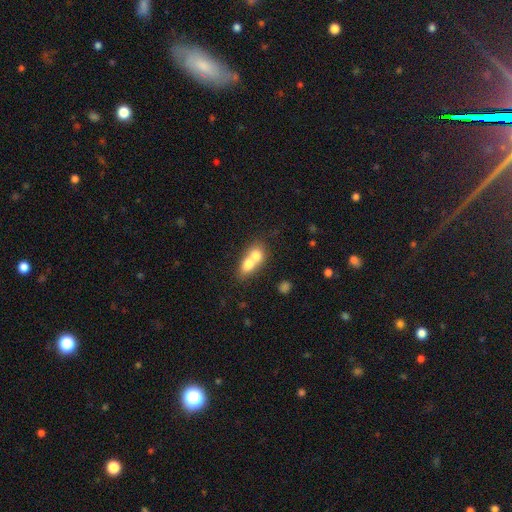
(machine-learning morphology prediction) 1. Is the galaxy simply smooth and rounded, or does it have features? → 68% smooth, 23% featured or disk, 8% star or artifact.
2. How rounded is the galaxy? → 58% in between, 38% round, 4% cigar-shaped.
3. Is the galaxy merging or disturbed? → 74% merger, 17% none, 5% minor disturbance, 3% major disturbance.